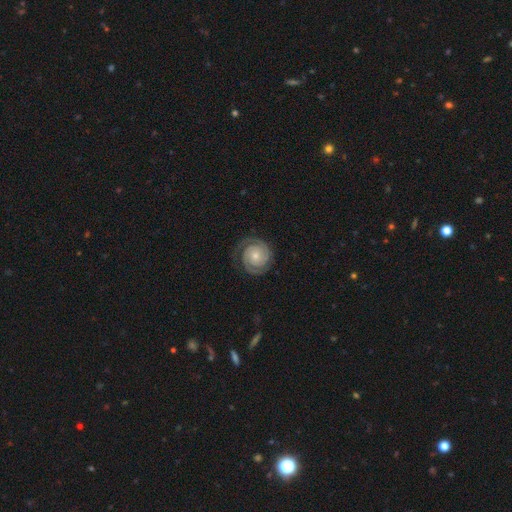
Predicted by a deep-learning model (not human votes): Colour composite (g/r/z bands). It shows a featured or disk galaxy (87%) with no bar (77%), 2 (82%) tight (78%) spiral arms (98%) and a small central bulge (61%). Merging: none (81%).